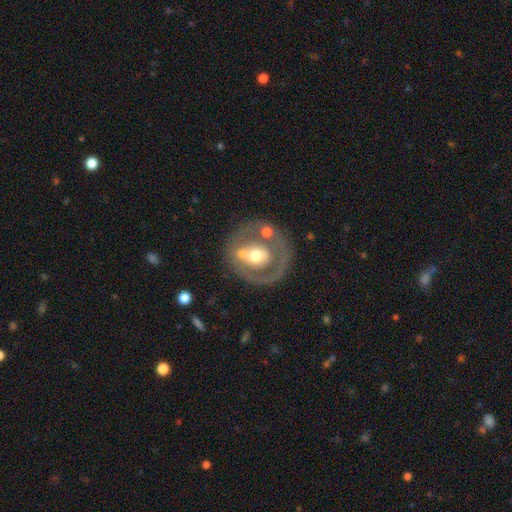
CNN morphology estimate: smooth-or-featured: featured or disk: 60% | smooth: 34% | star or artifact: 6%
  disk-edge-on: no: 95% | yes: 5%
    bar: no: 76% | weak: 16% | strong: 8%
    has-spiral-arms: no: 83% | yes: 17%
    bulge-size: moderate: 69% | large: 15% | small: 12% | dominant: 2% | none: 1%
  merging: none: 60% | minor disturbance: 16% | merger: 12% | major disturbance: 11%